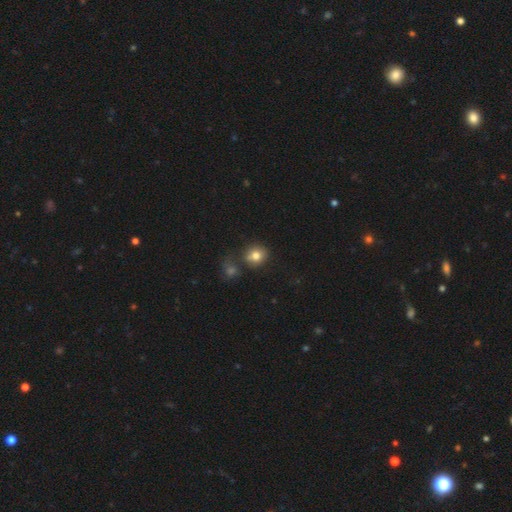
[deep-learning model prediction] Overall: smooth (80%). How rounded: round (70%). Merging: none (58%; merger 22%).